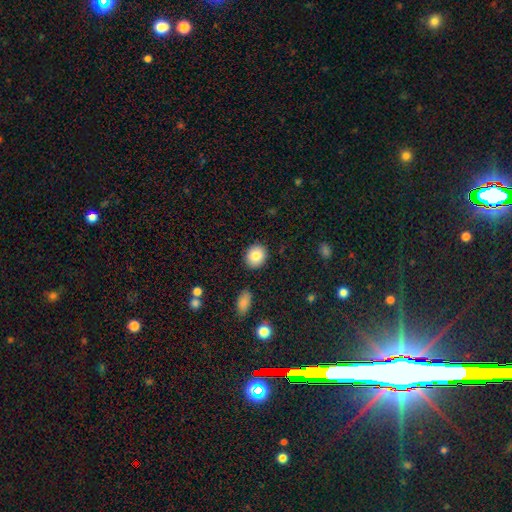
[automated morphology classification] A smooth galaxy with no disk features (85%) that is round (71%). Merging: none (88%).